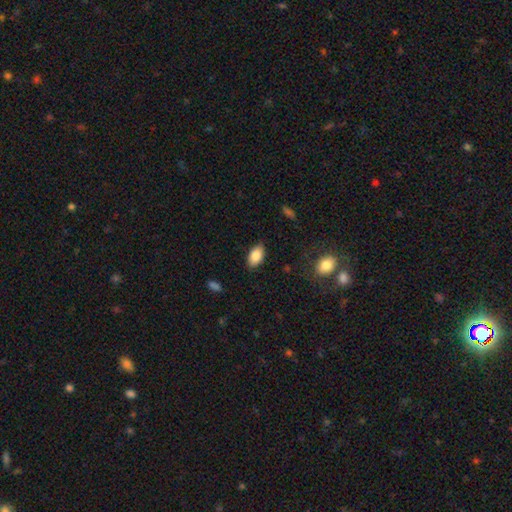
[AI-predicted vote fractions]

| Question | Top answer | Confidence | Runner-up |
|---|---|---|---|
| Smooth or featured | smooth | 86% | featured or disk (7%) |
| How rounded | in between | 93% | round (5%) |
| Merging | none | 83% | minor disturbance (13%) |